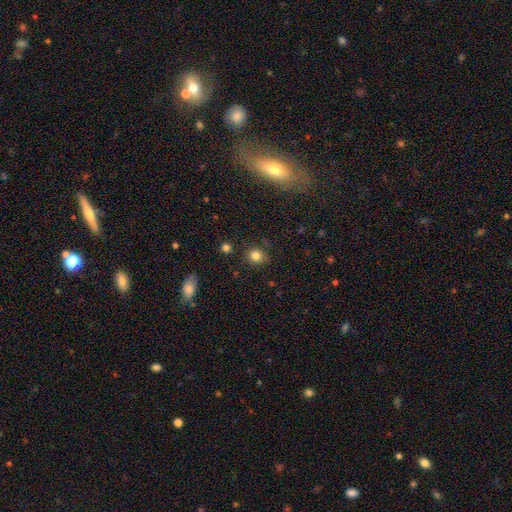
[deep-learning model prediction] Overall: smooth (82%). How rounded: round (78%). Merging: none (81%).